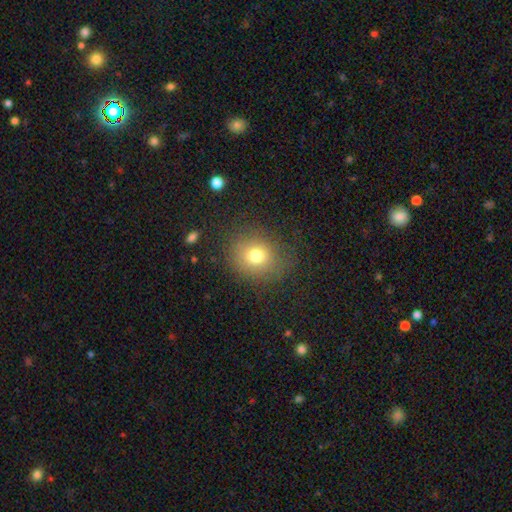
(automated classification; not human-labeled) Smooth or featured? smooth (75%)
How rounded? round (75%)
Merging? none (78%)